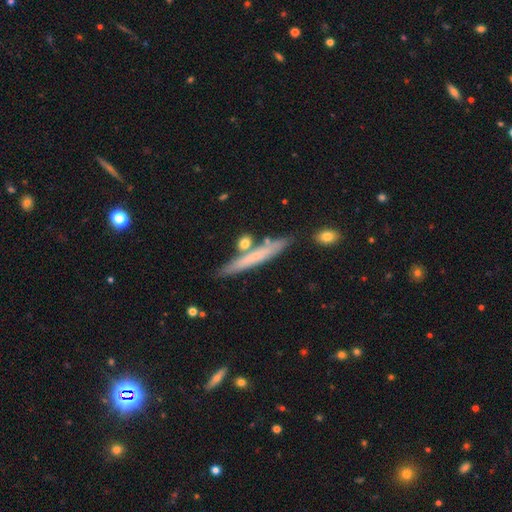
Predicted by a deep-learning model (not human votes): smooth_or_featured: smooth (p=0.52) [alt: featured or disk p=0.41]
how_rounded: cigar-shaped (p=0.94) [alt: in between p=0.04]
merging: none (p=0.79) [alt: minor disturbance p=0.12]